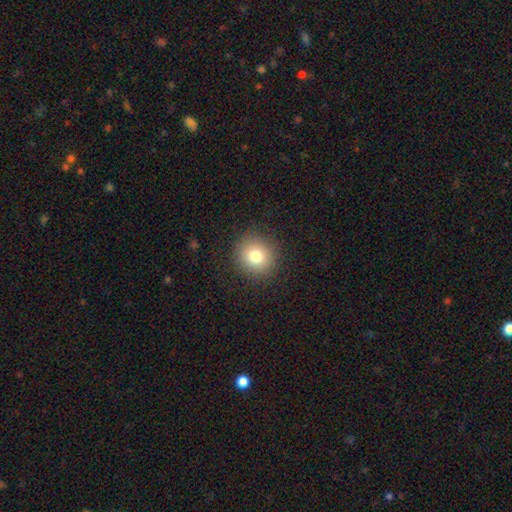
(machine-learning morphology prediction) This is likely a smooth galaxy (78%). How rounded: clearly round (89%). Merging: clearly none (89%).